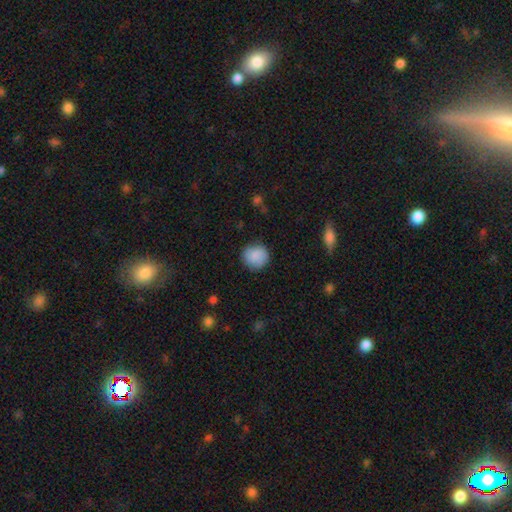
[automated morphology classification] Smooth or featured?
  - smooth: 85% *
  - featured or disk: 8%
  - star or artifact: 7%
How rounded?
  - round: 90% *
  - in between: 9%
  - cigar-shaped: 1%
Merging?
  - none: 82% *
  - minor disturbance: 13%
  - major disturbance: 3%
  - merger: 1%